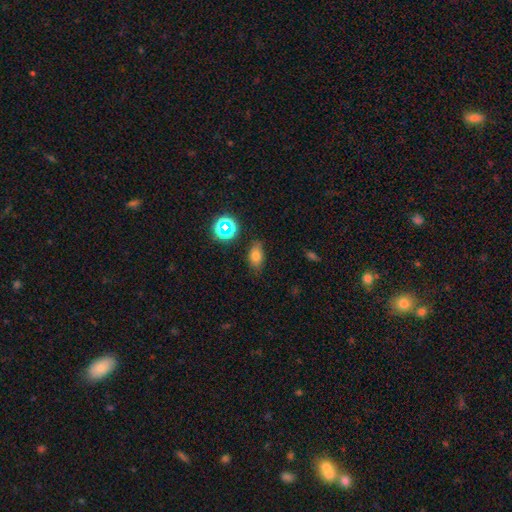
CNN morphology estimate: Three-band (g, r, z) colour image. It shows a smooth galaxy with no disk features (74%) that is in between round and cigar-shaped (83%). Merging: none (76%).